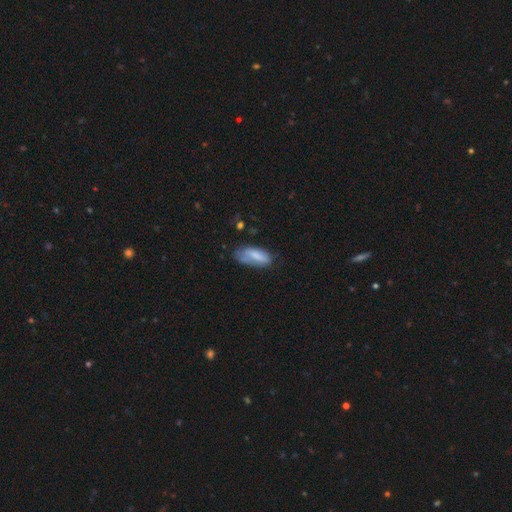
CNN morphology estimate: smooth_or_featured: smooth (p=0.71) [alt: featured or disk p=0.21]
how_rounded: in between (p=0.83) [alt: cigar-shaped p=0.15]
merging: none (p=0.48) [alt: minor disturbance p=0.35]